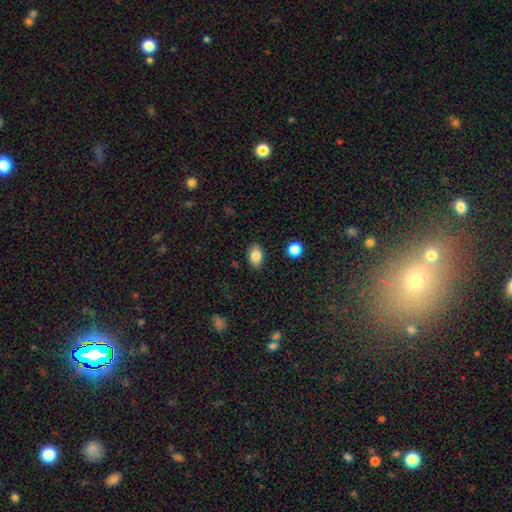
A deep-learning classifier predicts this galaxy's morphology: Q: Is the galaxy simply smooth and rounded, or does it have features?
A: smooth — 84%.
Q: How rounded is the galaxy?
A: in between — 86%.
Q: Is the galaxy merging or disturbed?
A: none — 87%.